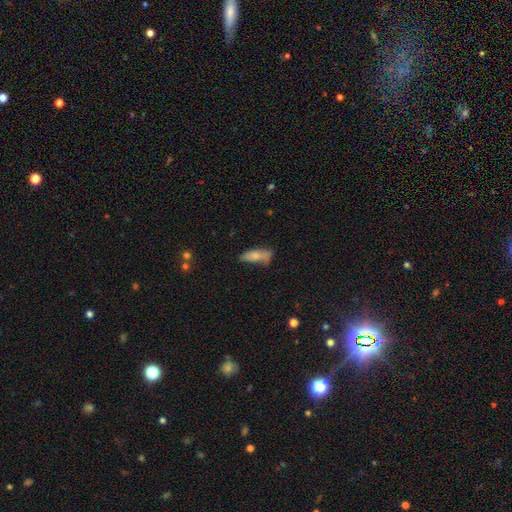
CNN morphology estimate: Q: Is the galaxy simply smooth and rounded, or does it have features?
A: smooth — 71%.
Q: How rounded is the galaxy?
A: in between — 64%.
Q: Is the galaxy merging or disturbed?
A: none — 52%.